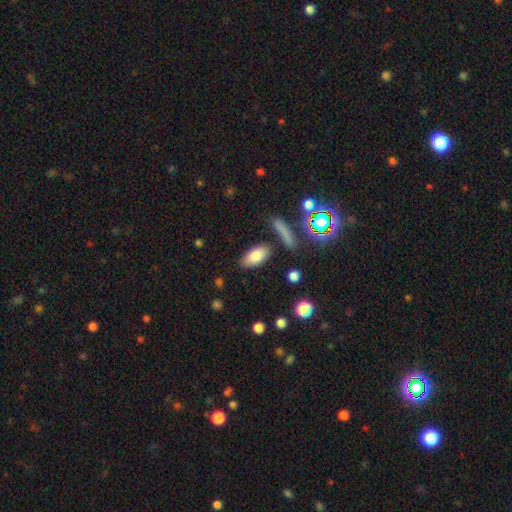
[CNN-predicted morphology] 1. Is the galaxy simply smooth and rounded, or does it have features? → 81% smooth, 11% featured or disk, 8% star or artifact.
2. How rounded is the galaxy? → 89% in between, 7% cigar-shaped, 4% round.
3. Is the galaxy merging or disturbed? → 81% none, 11% minor disturbance, 5% merger, 3% major disturbance.